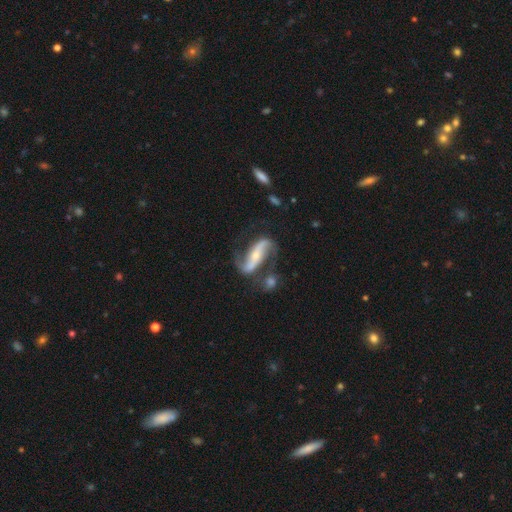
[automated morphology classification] A featured or disk galaxy (88%) with a strong bar (55%), 2 (93%) loose (62%) spiral arms (96%) and a small central bulge (62%). Merging: none (63%).